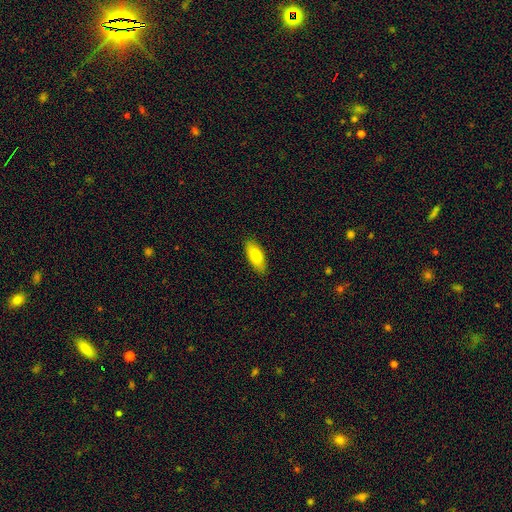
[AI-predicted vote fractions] Smooth or featured: smooth — 78% (featured or disk — 15%)
How rounded: in between — 81% (cigar-shaped — 16%)
Merging: none — 88% (minor disturbance — 9%)